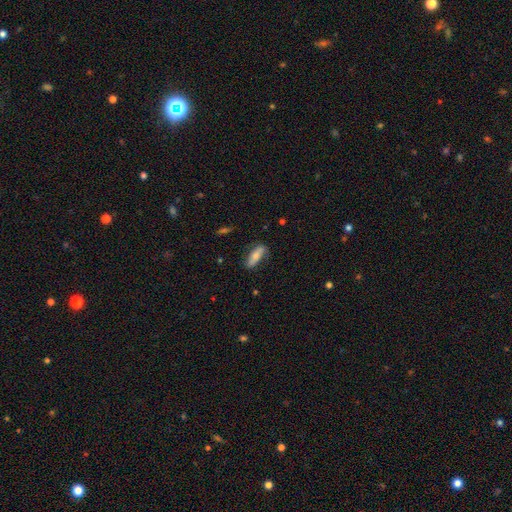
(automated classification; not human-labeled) smooth 54%, featured or disk 39%, star or artifact 7%. Down the decision tree: how rounded — in between (56%); merging — none (75%).